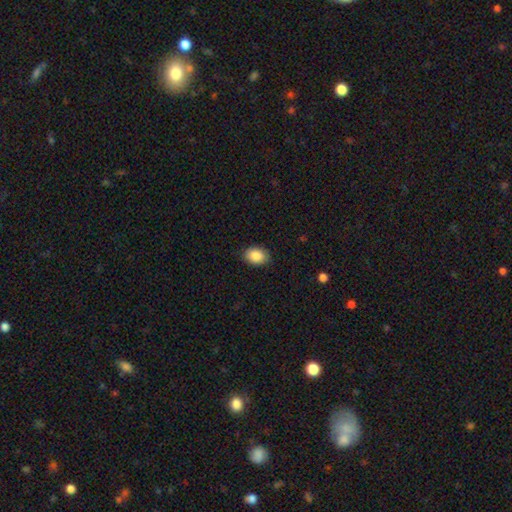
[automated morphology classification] Overall: smooth (89%). How rounded: in between (76%). Merging: none (86%).